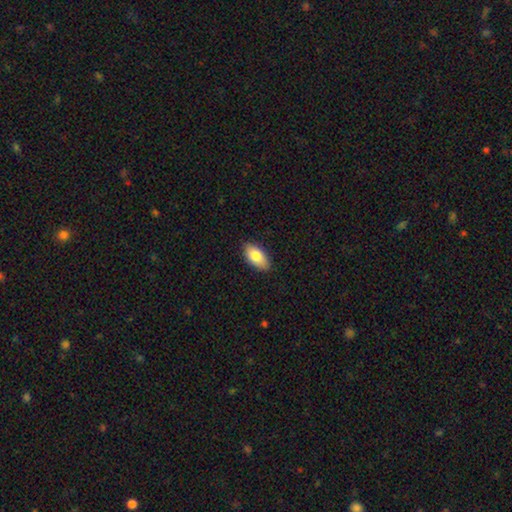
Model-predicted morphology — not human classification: Q: Smooth or featured?
A: smooth (82%); runner-up: featured or disk (12%)
Q: How rounded?
A: in between (92%); runner-up: cigar-shaped (4%)
Q: Merging?
A: none (86%); runner-up: minor disturbance (11%)